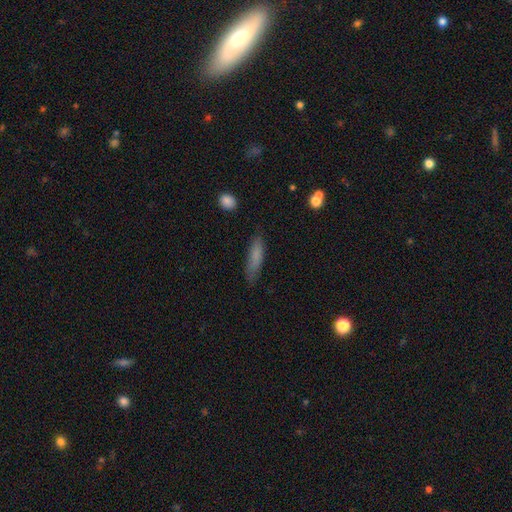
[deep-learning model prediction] smooth-or-featured: smooth: 78% | featured or disk: 14% | star or artifact: 8%
  how-rounded: cigar-shaped: 71% | in between: 27% | round: 2%
  merging: none: 75% | minor disturbance: 19% | major disturbance: 4% | merger: 2%